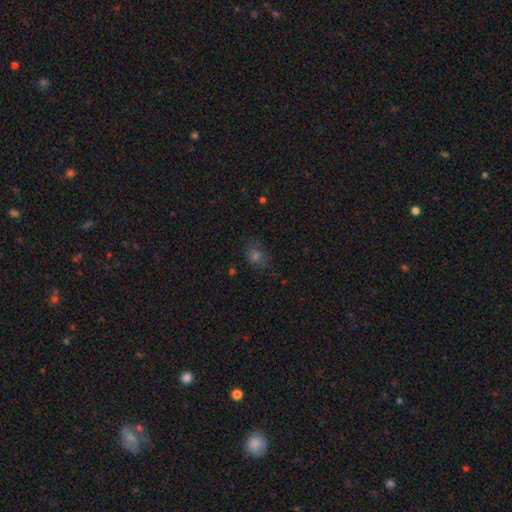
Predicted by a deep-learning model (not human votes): Smooth or featured?
  - smooth: 63% *
  - star or artifact: 26%
  - featured or disk: 11%
How rounded?
  - round: 53% *
  - in between: 45%
  - cigar-shaped: 1%
Merging?
  - none: 77% *
  - minor disturbance: 16%
  - major disturbance: 5%
  - merger: 2%